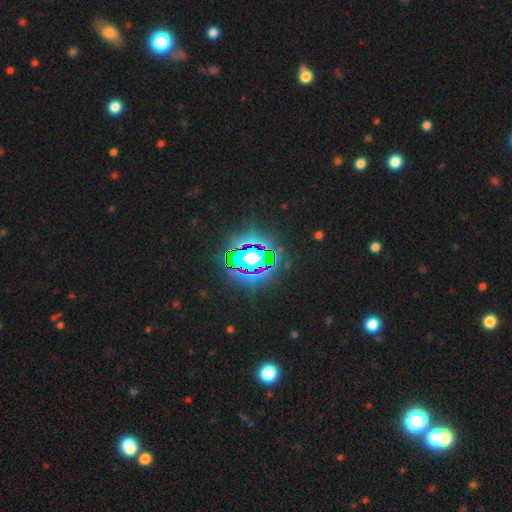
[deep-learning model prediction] Smooth or featured? Predicted: star or artifact (p=0.83).